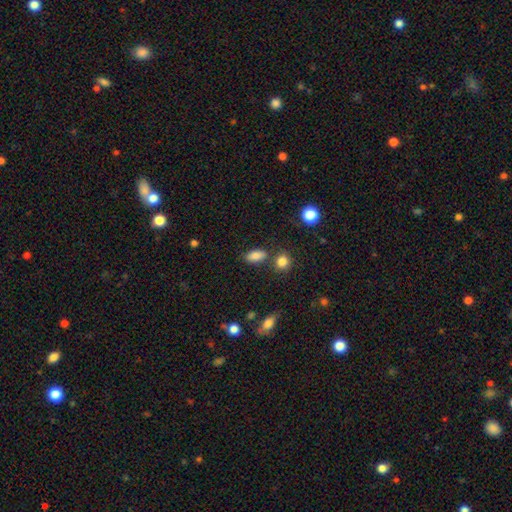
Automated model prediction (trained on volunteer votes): A smooth galaxy with no disk features (85%) that is in between round and cigar-shaped (86%).

Vote fractions:
- Smooth or featured? smooth: 85% / star or artifact: 10% / featured or disk: 6%
- How rounded? in between: 86% / cigar-shaped: 7% / round: 7%
- Merging? none: 75% / minor disturbance: 13% / merger: 8% / major disturbance: 4%